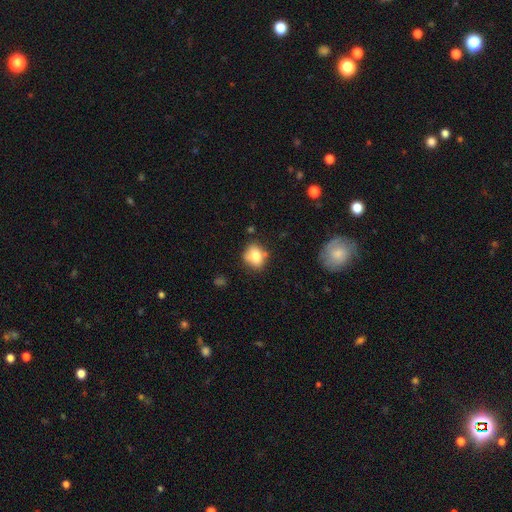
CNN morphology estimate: Smooth or featured: smooth — 76% (featured or disk — 14%)
How rounded: round — 59% (in between — 39%)
Merging: none — 66% (minor disturbance — 21%)